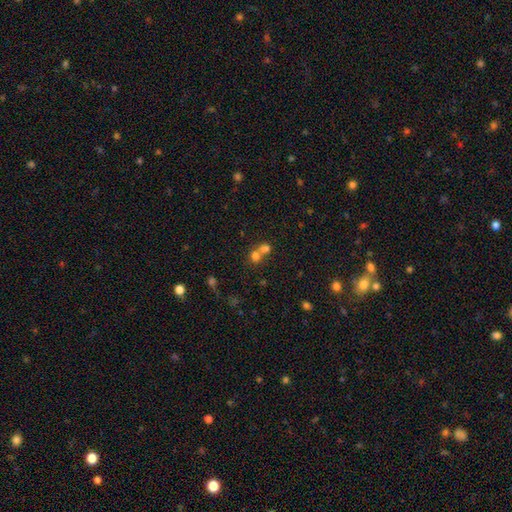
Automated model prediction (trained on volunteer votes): Smooth or featured? Predicted: smooth (p=0.69). How rounded? Predicted: round (p=0.73). Merging? Predicted: merger (p=0.58).